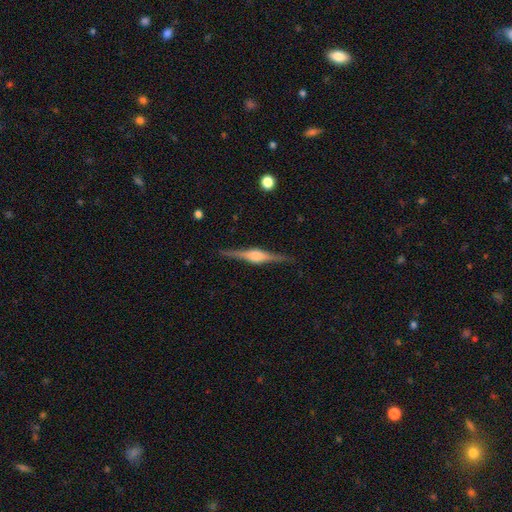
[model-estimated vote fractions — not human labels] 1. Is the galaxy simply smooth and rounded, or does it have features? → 85% featured or disk, 10% smooth, 6% star or artifact.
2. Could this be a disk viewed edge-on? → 98% yes, 2% no.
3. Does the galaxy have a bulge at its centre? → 82% rounded, 15% boxy, 3% none.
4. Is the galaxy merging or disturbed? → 89% none, 8% minor disturbance, 2% major disturbance, 1% merger.